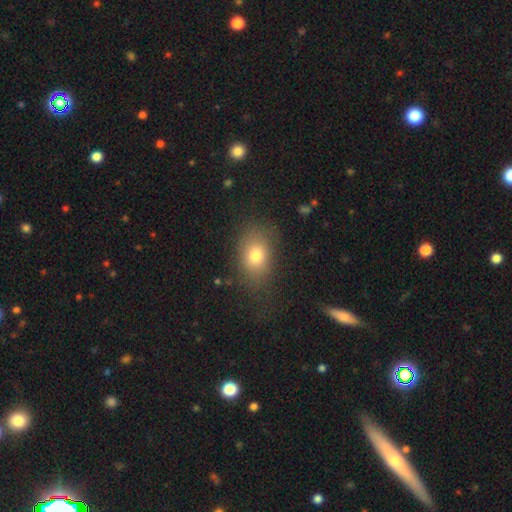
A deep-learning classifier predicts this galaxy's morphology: smooth-or-featured: smooth: 76% | featured or disk: 12% | star or artifact: 12%
  how-rounded: in between: 68% | round: 31% | cigar-shaped: 1%
  merging: none: 71% | minor disturbance: 18% | major disturbance: 10% | merger: 2%